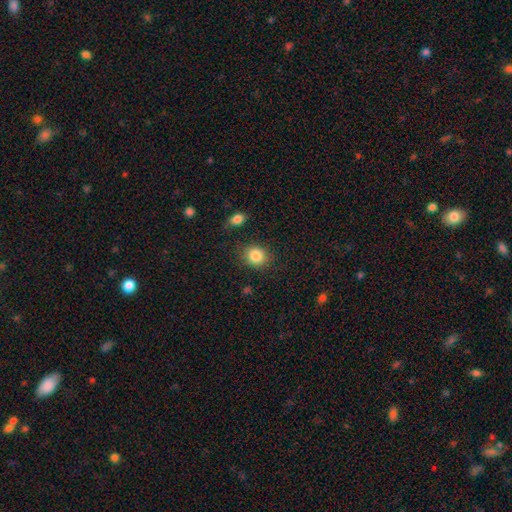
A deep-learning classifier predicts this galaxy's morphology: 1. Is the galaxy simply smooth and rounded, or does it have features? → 85% smooth, 9% star or artifact, 5% featured or disk.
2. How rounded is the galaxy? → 71% round, 28% in between, 1% cigar-shaped.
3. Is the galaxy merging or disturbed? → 84% none, 10% minor disturbance, 3% major disturbance, 3% merger.